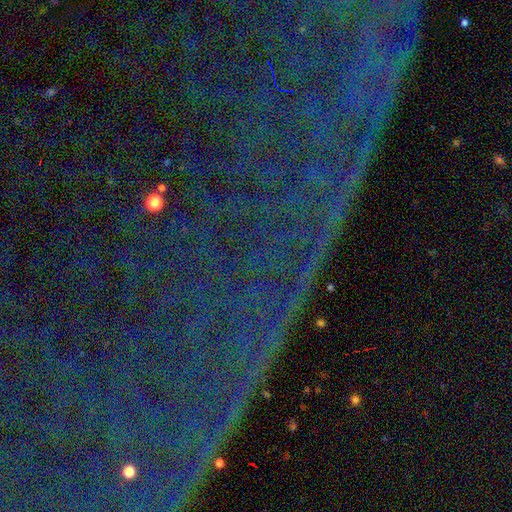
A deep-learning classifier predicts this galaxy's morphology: Smooth or featured? star or artifact (86%)